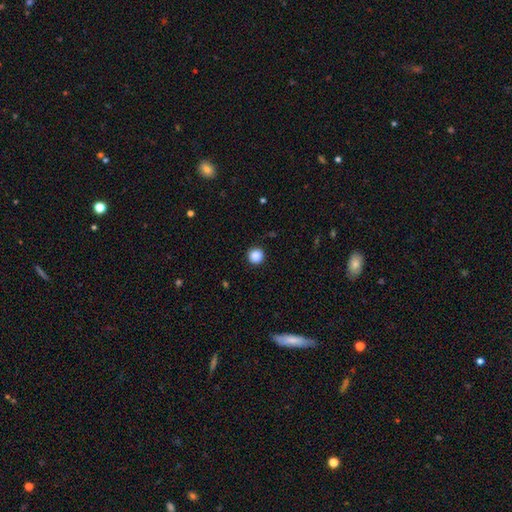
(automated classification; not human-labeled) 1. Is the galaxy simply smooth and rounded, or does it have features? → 88% smooth, 10% star or artifact, 2% featured or disk.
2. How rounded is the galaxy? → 95% round, 4% in between, 1% cigar-shaped.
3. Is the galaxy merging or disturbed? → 91% none, 6% minor disturbance, 2% major disturbance, 1% merger.